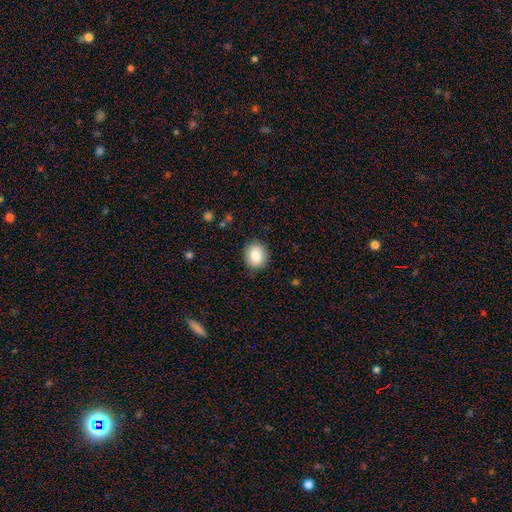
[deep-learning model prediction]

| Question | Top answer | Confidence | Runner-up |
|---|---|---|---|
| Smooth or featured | smooth | 86% | star or artifact (8%) |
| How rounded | round | 69% | in between (30%) |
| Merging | none | 87% | minor disturbance (9%) |